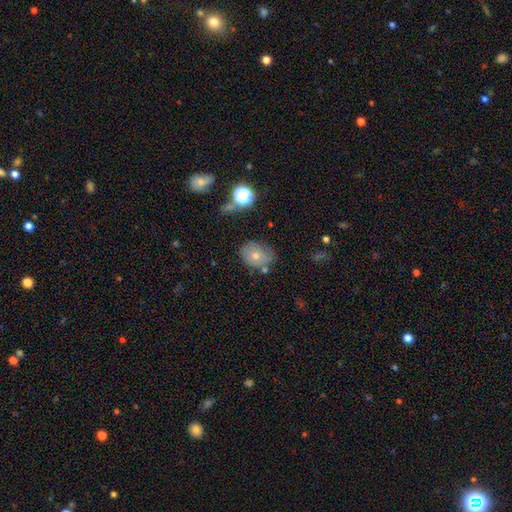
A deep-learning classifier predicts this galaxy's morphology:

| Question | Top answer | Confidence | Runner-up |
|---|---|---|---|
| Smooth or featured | smooth | 56% | featured or disk (28%) |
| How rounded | round | 50% | in between (49%) |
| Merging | none | 60% | minor disturbance (26%) |